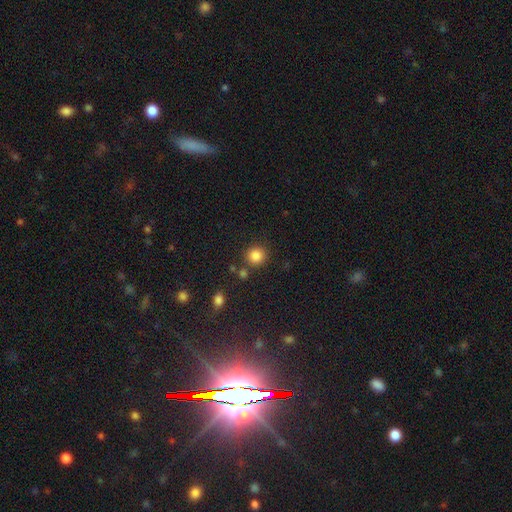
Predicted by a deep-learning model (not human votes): This appears to be a smooth galaxy with no disk features (85%) that is round (91%). Merging: none (82%).